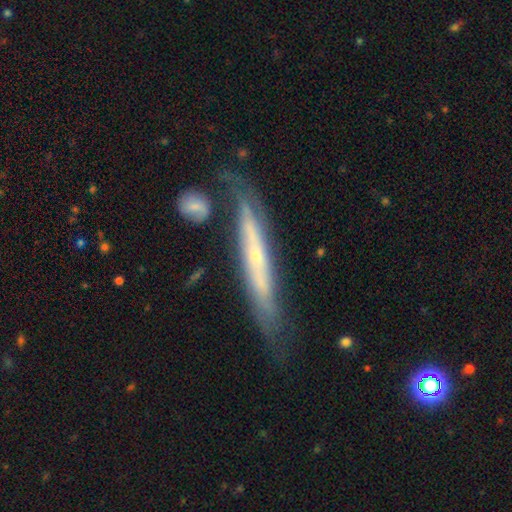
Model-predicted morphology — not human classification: A featured or disk galaxy (72%) viewed edge-on (68%).

Vote fractions:
- Smooth or featured? featured or disk: 72% / smooth: 22% / star or artifact: 6%
- Edge-on disk? yes: 68% / no: 32%
- Merging? none: 67% / minor disturbance: 18% / merger: 8% / major disturbance: 7%